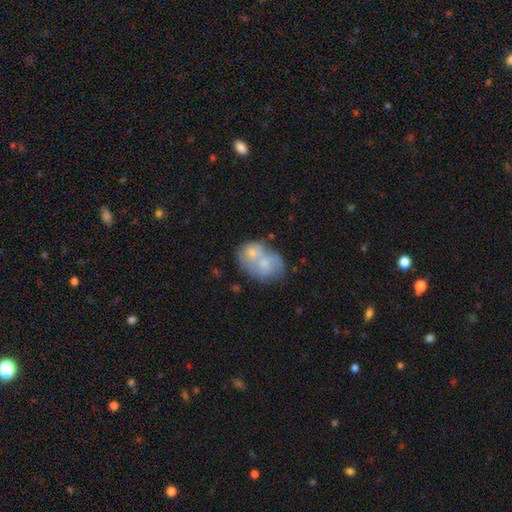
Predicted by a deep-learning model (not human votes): A smooth galaxy with no disk features (60%) that is in between round and cigar-shaped (62%).

Vote fractions:
- Smooth or featured? smooth: 60% / featured or disk: 33% / star or artifact: 8%
- How rounded? in between: 62% / round: 36% / cigar-shaped: 1%
- Merging? merger: 64% / none: 21% / minor disturbance: 10% / major disturbance: 5%